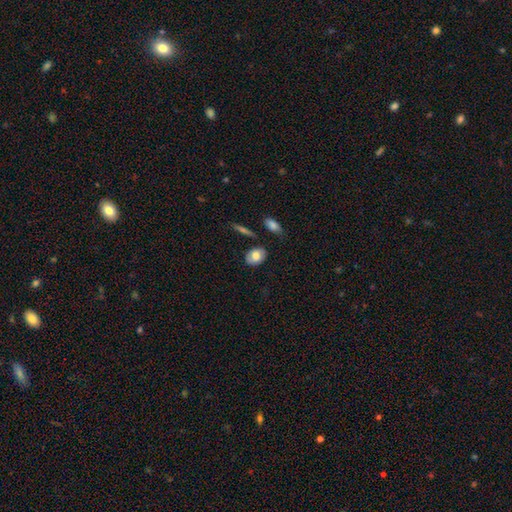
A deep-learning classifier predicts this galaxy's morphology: Smooth or featured: smooth — 72% (featured or disk — 21%)
How rounded: in between — 73% (round — 25%)
Merging: none — 77% (minor disturbance — 15%)